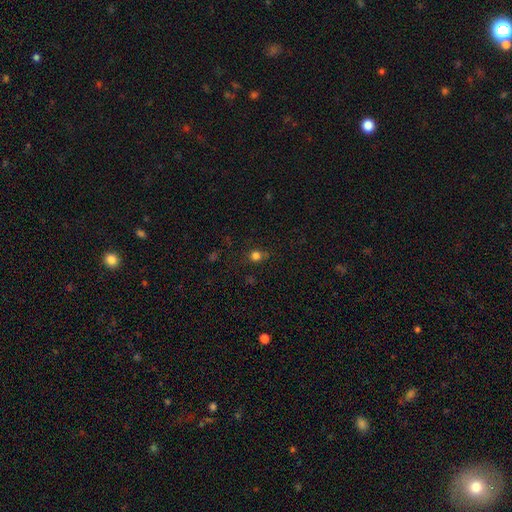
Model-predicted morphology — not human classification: Smooth or featured? Predicted: smooth (p=0.74). How rounded? Predicted: round (p=0.83). Merging? Predicted: none (p=0.78).